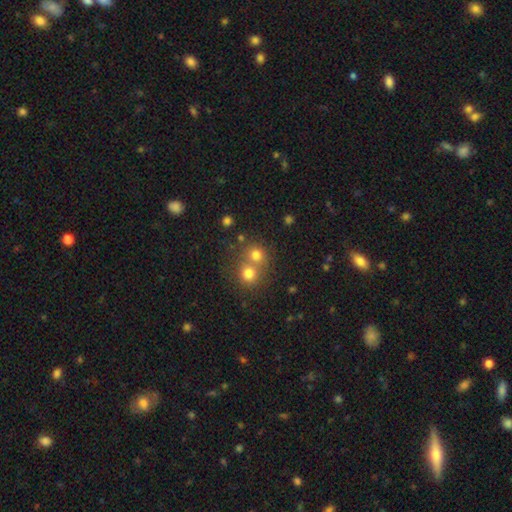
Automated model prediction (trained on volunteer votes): Overall: smooth (72%). How rounded: round (85%). Merging: merger (48%; none 44%).